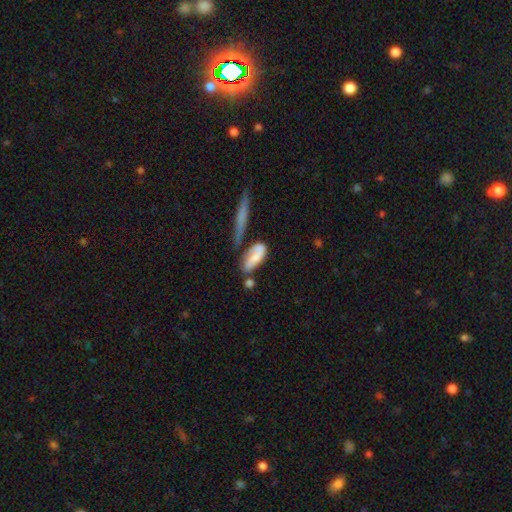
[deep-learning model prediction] Smooth or featured? Predicted: smooth (p=0.56). How rounded? Predicted: in between (p=0.73). Merging? Predicted: none (p=0.39).